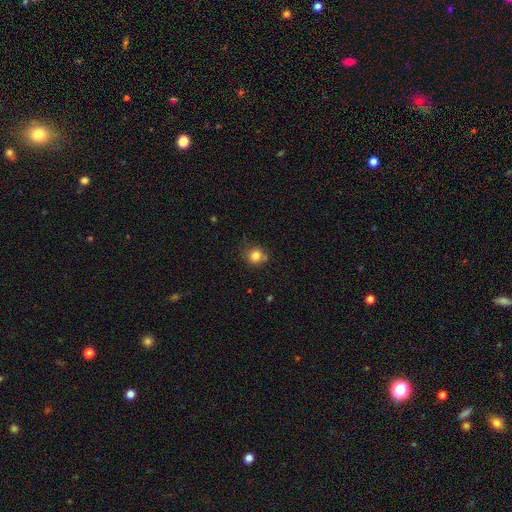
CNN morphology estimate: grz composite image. It shows a smooth galaxy with no disk features (82%) that is round (78%). Merging: none (69%).